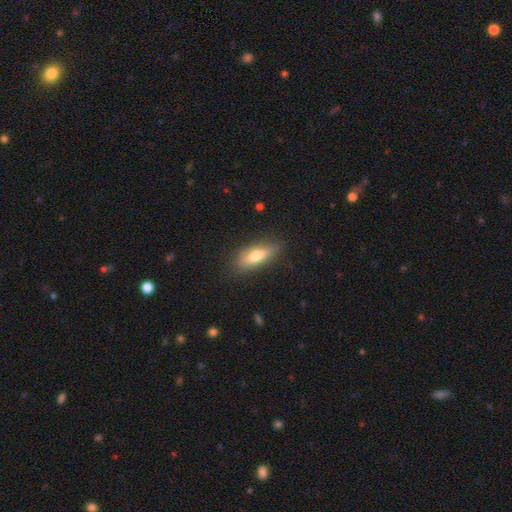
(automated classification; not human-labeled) smooth-or-featured: smooth: 71% | featured or disk: 22% | star or artifact: 7%
  how-rounded: in between: 68% | cigar-shaped: 28% | round: 3%
  merging: none: 82% | minor disturbance: 13% | major disturbance: 3% | merger: 1%